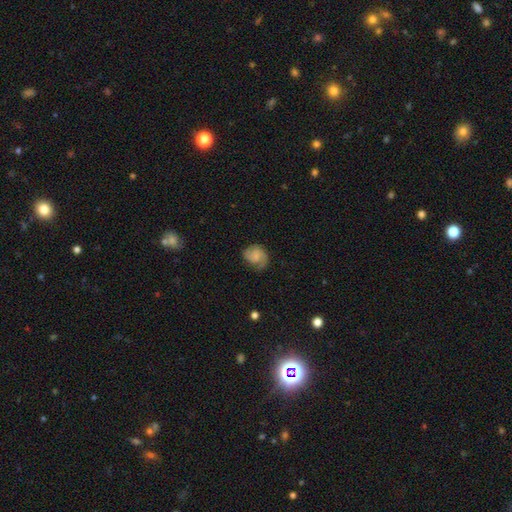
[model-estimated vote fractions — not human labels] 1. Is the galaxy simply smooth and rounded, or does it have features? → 56% featured or disk, 35% smooth, 8% star or artifact.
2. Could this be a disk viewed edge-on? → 98% no, 2% yes.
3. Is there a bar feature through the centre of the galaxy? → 65% no, 30% weak, 5% strong.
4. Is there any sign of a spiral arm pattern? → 93% yes, 7% no.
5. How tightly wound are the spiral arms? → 41% tight (tied), 41% medium (tied), 18% loose.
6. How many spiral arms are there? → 64% 2, 20% 1, 10% can't tell, 3% 3, 1% 4, 1% more than 4.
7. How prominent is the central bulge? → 43% none, 29% small, 18% moderate, 8% large, 2% dominant.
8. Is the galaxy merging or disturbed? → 64% none, 23% minor disturbance, 12% major disturbance, 1% merger.